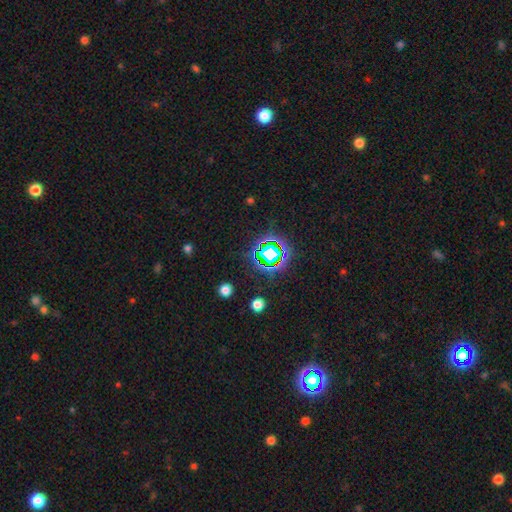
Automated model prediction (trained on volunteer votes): Smooth or featured?
  - star or artifact: 78% *
  - smooth: 15%
  - featured or disk: 7%